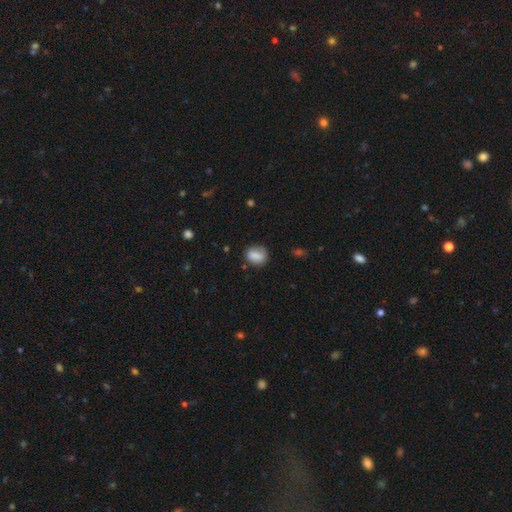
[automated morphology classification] smooth-or-featured: smooth: 81% | featured or disk: 11% | star or artifact: 8%
  how-rounded: in between: 52% | round: 46% | cigar-shaped: 2%
  merging: none: 72% | minor disturbance: 20% | major disturbance: 6% | merger: 2%